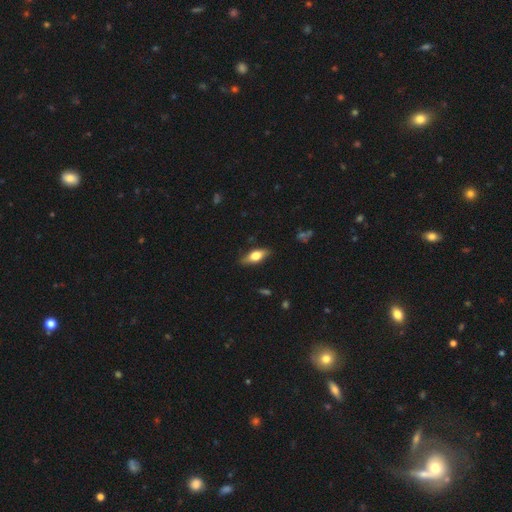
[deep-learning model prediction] smooth-or-featured: smooth: 60% | featured or disk: 33% | star or artifact: 6%
  how-rounded: in between: 70% | cigar-shaped: 27% | round: 4%
  merging: none: 84% | minor disturbance: 12% | major disturbance: 2% | merger: 1%